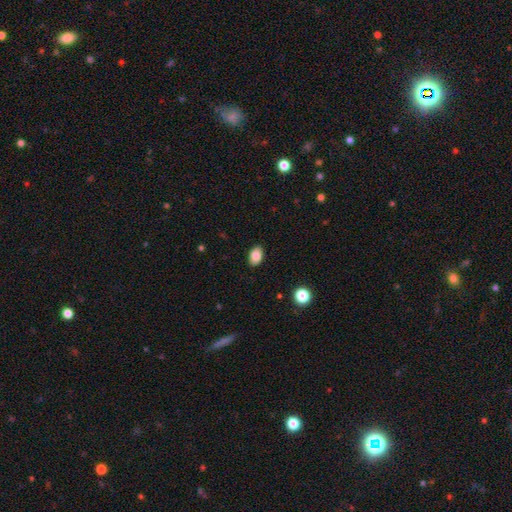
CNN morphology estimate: Smooth or featured? smooth (85%)
How rounded? in between (86%)
Merging? none (88%)